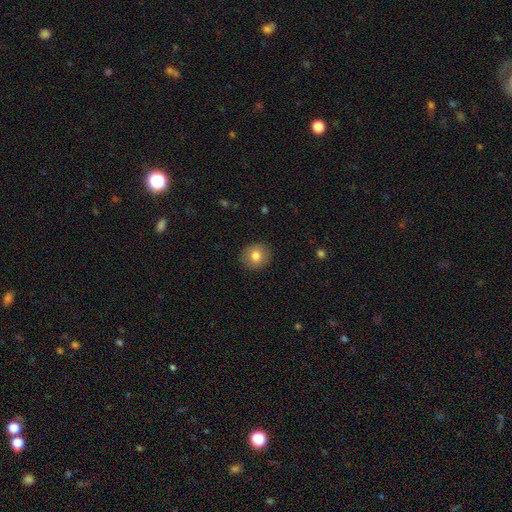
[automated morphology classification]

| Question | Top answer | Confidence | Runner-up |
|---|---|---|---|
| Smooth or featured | smooth | 81% | featured or disk (10%) |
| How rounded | round | 83% | in between (16%) |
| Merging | none | 90% | minor disturbance (7%) |